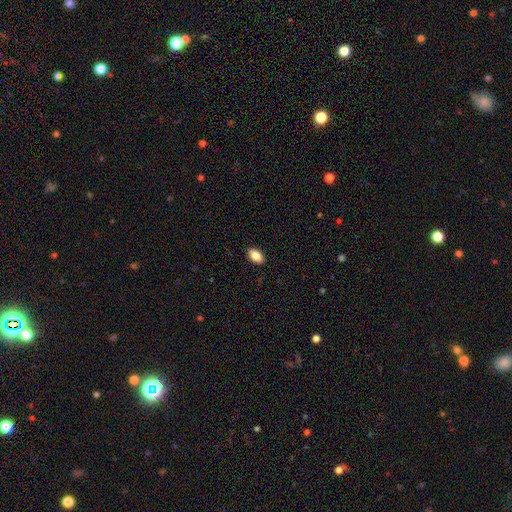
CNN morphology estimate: A smooth galaxy with no disk features (85%) that is in between round and cigar-shaped (90%).

Vote fractions:
- Smooth or featured? smooth: 85% / star or artifact: 8% / featured or disk: 7%
- How rounded? in between: 90% / round: 8% / cigar-shaped: 2%
- Merging? none: 90% / minor disturbance: 8% / major disturbance: 2% / merger: 1%